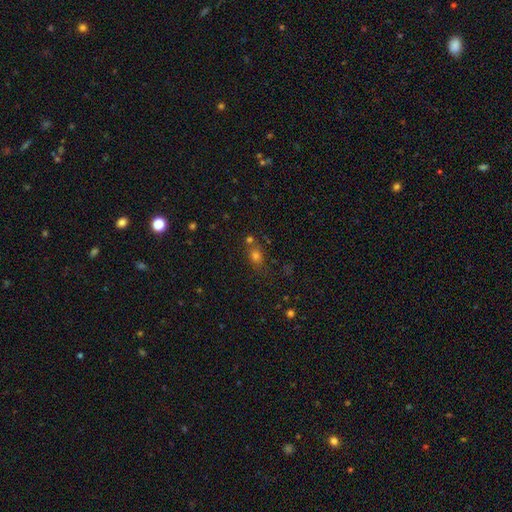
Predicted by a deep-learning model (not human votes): A smooth galaxy with no disk features (68%) that is round (52%).

Vote fractions:
- Smooth or featured? smooth: 68% / star or artifact: 23% / featured or disk: 10%
- How rounded? round: 52% / in between: 45% / cigar-shaped: 3%
- Merging? none: 67% / merger: 14% / minor disturbance: 14% / major disturbance: 5%